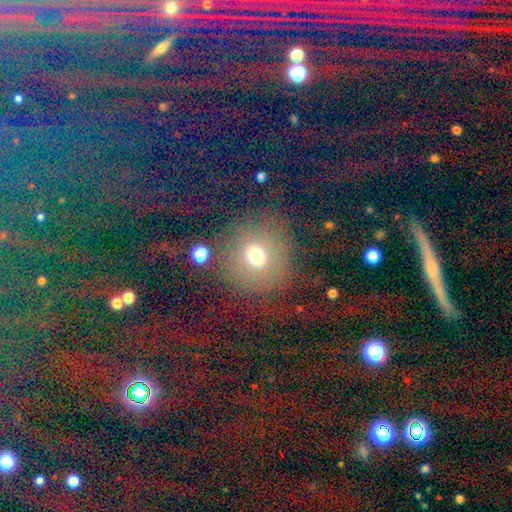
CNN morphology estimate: smooth_or_featured: smooth (p=0.63) [alt: star or artifact p=0.21]
how_rounded: round (p=0.85) [alt: in between p=0.14]
merging: none (p=0.76) [alt: minor disturbance p=0.12]